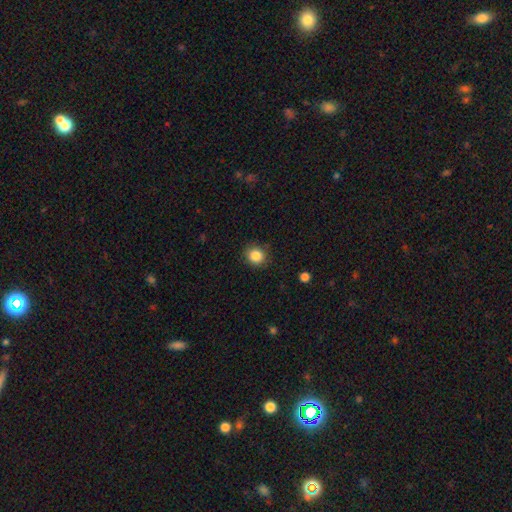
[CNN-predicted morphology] This is clearly a smooth galaxy (85%). How rounded: clearly round (87%). Merging: clearly none (88%).